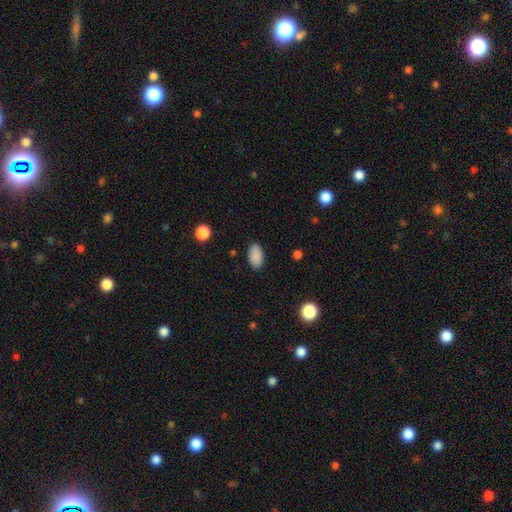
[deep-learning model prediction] Overall: smooth (89%). How rounded: in between (94%). Merging: none (88%).